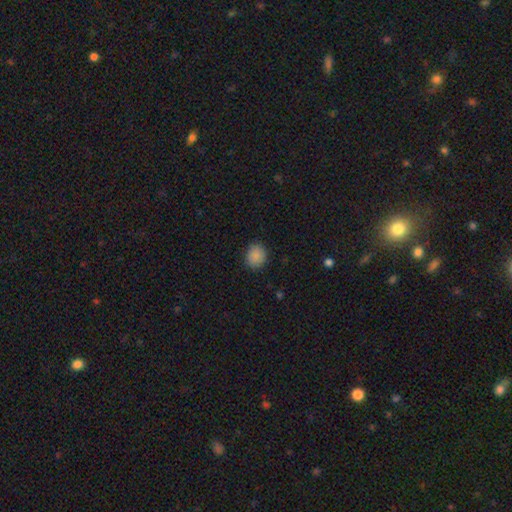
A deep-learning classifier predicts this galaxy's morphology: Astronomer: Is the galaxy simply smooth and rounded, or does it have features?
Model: smooth — 87%.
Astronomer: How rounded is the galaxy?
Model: round — 73%.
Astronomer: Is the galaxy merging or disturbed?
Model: none — 86%.